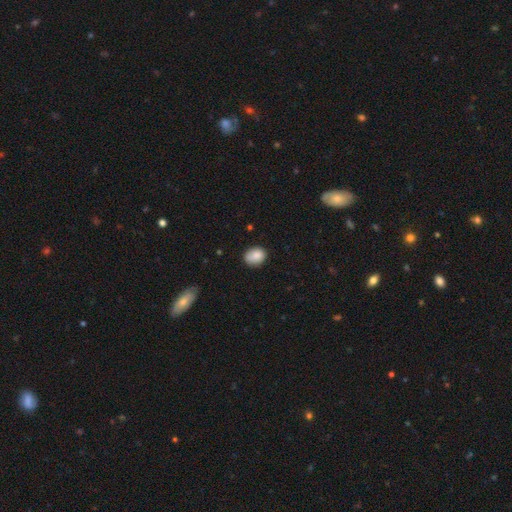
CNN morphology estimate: A smooth galaxy with no disk features (86%) that is in between round and cigar-shaped (50%). Merging: none (75%).